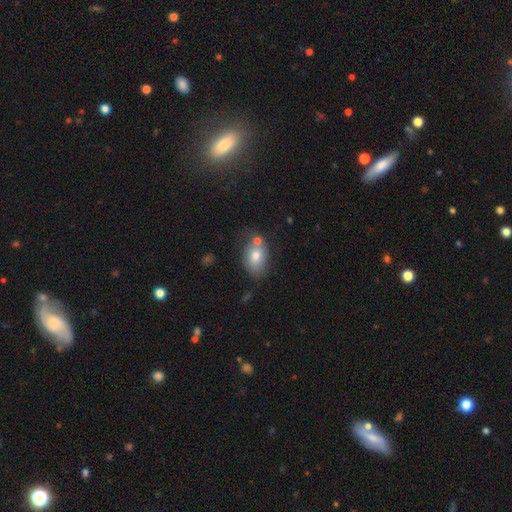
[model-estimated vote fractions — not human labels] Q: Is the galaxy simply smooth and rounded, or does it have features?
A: smooth — 74%.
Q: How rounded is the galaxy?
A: in between — 82%.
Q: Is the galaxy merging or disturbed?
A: none — 54%.